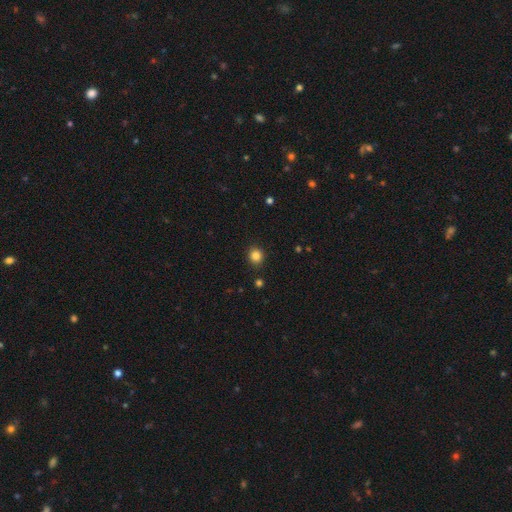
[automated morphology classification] smooth_or_featured: smooth (p=0.84) [alt: star or artifact p=0.12]
how_rounded: round (p=0.84) [alt: in between p=0.15]
merging: none (p=0.89) [alt: minor disturbance p=0.07]